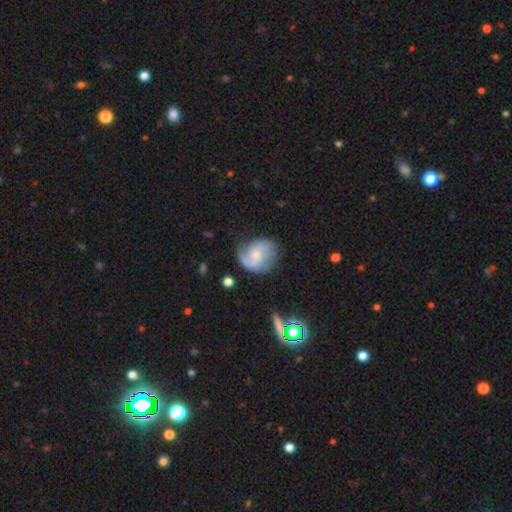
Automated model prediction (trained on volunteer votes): Q: Smooth or featured?
A: featured or disk (63%); runner-up: smooth (30%)
Q: Edge-on disk?
A: no (98%); runner-up: yes (2%)
Q: Bar?
A: no (60%); runner-up: weak (35%)
Q: Spiral arms?
A: yes (87%); runner-up: no (13%)
Q: Spiral winding?
A: medium (43%); runner-up: loose (33%)
Q: Spiral arm count?
A: 2 (58%); runner-up: can't tell (18%)
Q: Bulge size?
A: small (50%); runner-up: moderate (33%)
Q: Merging?
A: none (57%); runner-up: minor disturbance (26%)